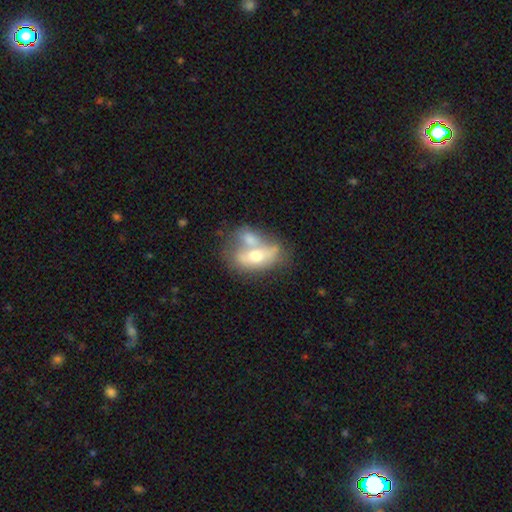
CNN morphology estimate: Smooth or featured? smooth (53%)
How rounded? in between (81%)
Merging? merger (60%)